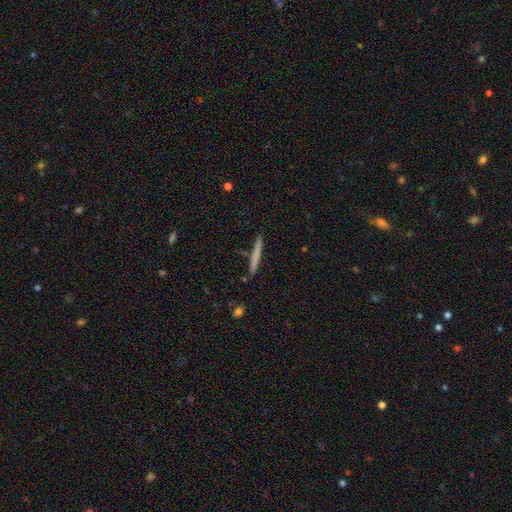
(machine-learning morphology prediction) Smooth or featured?
  - smooth: 68% *
  - featured or disk: 27%
  - star or artifact: 6%
How rounded?
  - cigar-shaped: 97% *
  - in between: 2%
  - round: 1%
Merging?
  - none: 90% *
  - minor disturbance: 7%
  - merger: 2%
  - major disturbance: 1%